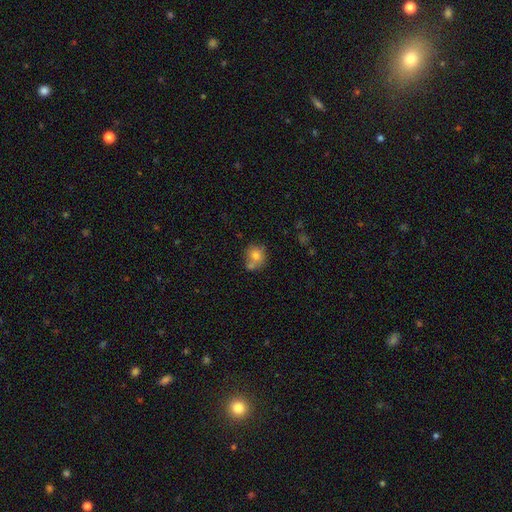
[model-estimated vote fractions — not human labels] A smooth galaxy with no disk features (75%) that is round (81%).

Vote fractions:
- Smooth or featured? smooth: 75% / featured or disk: 15% / star or artifact: 10%
- How rounded? round: 81% / in between: 18% / cigar-shaped: 1%
- Merging? none: 52% / merger: 30% / minor disturbance: 14% / major disturbance: 4%